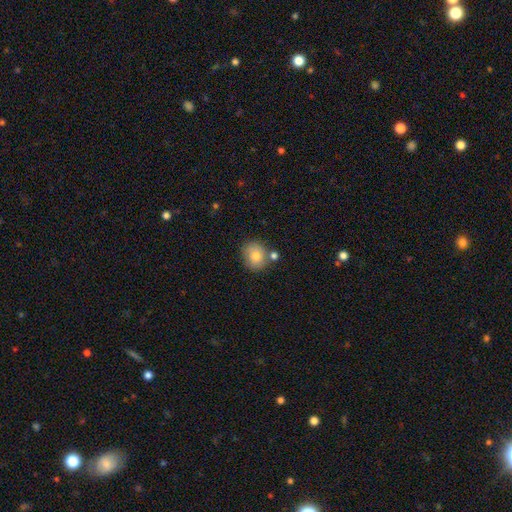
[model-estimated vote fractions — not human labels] Morphology: type=smooth (79%); roundness=round (76%); merging=none (70%).